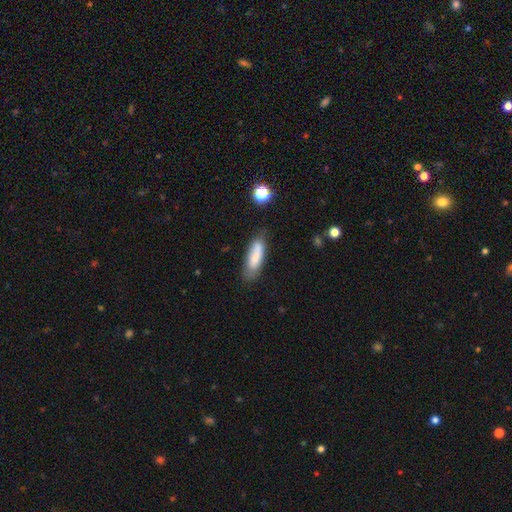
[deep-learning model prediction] Smooth or featured: smooth — 81% (featured or disk — 12%)
How rounded: in between — 51% (cigar-shaped — 47%)
Merging: none — 69% (minor disturbance — 21%)